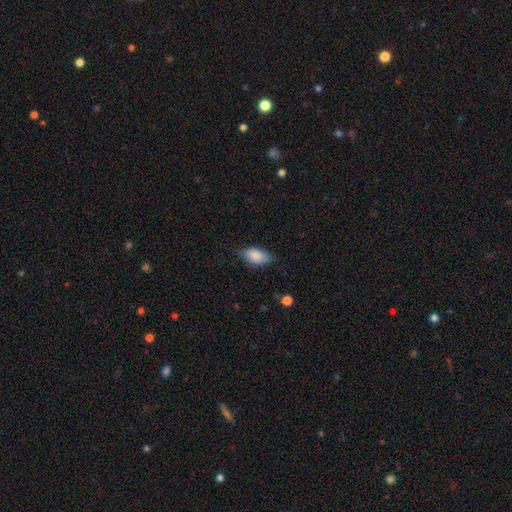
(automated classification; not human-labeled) smooth 87%, featured or disk 7%, star or artifact 6%. Down the decision tree: how rounded — in between (93%); merging — none (72%).